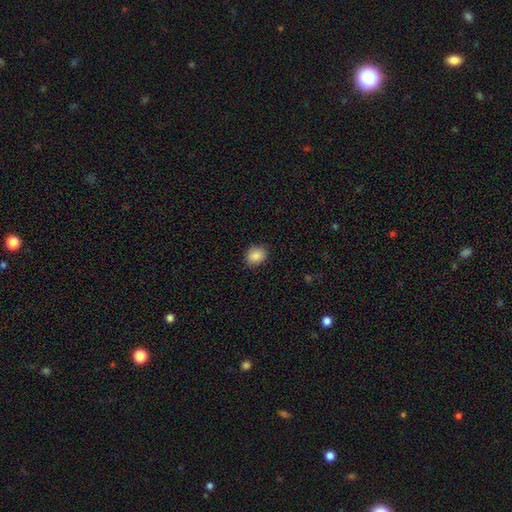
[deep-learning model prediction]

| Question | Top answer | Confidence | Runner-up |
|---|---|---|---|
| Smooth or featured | smooth | 87% | star or artifact (8%) |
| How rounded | round | 54% | in between (45%) |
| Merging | none | 87% | minor disturbance (10%) |